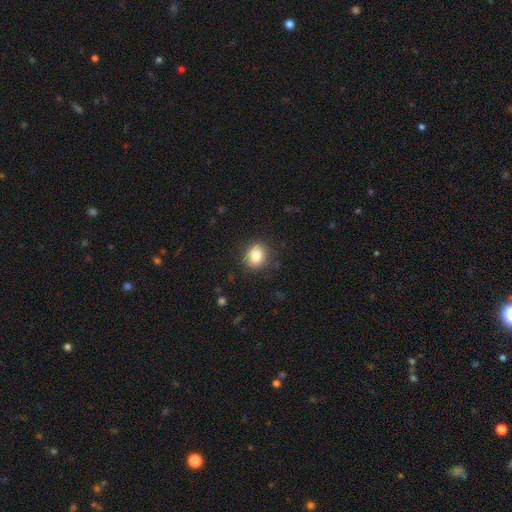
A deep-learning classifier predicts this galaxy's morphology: This appears to be a smooth galaxy with no disk features (83%) that is round (68%). Merging: none (86%).